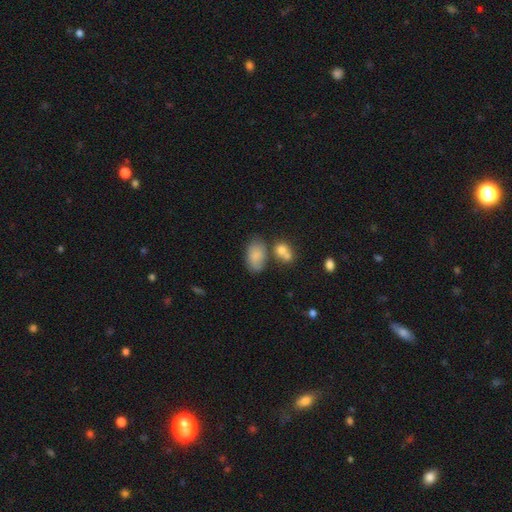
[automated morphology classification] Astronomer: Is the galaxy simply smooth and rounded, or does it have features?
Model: smooth — 80%.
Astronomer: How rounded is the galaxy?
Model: in between — 91%.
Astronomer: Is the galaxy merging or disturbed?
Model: none — 54%.